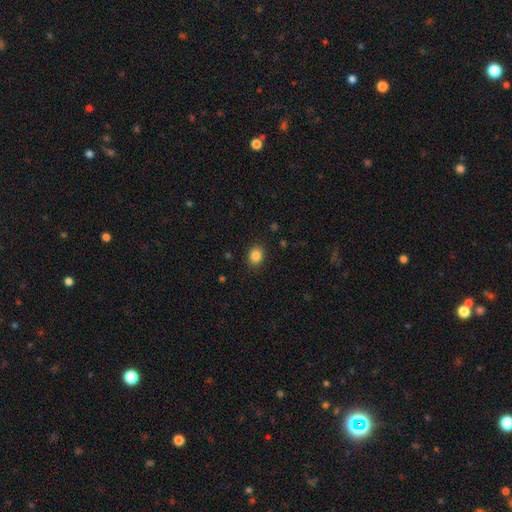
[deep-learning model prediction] Smooth or featured? smooth (85%)
How rounded? in between (51%)
Merging? none (88%)